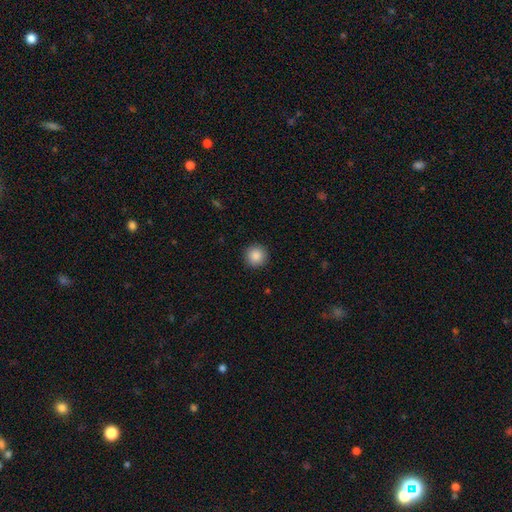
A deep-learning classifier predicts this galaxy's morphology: This appears to be a smooth galaxy with no disk features (87%) that is round (96%). Merging: none (93%).